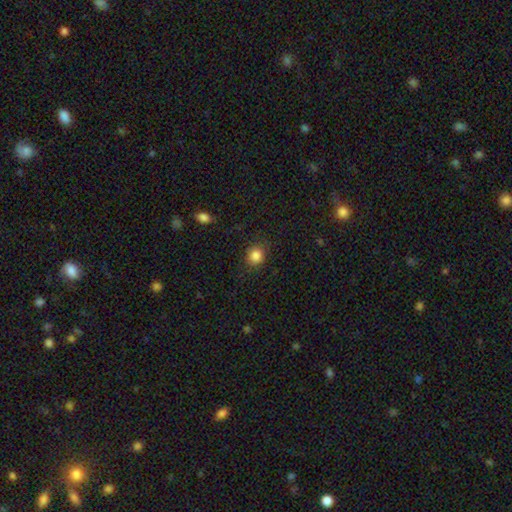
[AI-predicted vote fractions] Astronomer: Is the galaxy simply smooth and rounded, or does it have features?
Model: smooth — 85%.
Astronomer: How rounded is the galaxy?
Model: round — 79%.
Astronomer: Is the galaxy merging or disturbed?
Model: none — 86%.